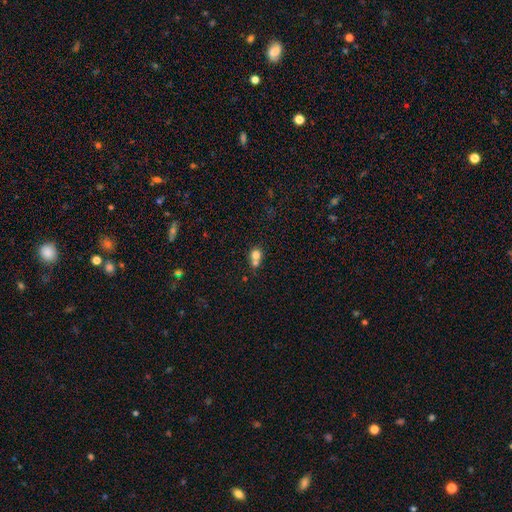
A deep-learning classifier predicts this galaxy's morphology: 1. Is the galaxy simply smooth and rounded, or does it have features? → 75% smooth, 14% featured or disk, 12% star or artifact.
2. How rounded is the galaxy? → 78% round, 21% in between, 1% cigar-shaped.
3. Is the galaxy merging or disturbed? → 57% merger, 34% none, 7% minor disturbance, 3% major disturbance.